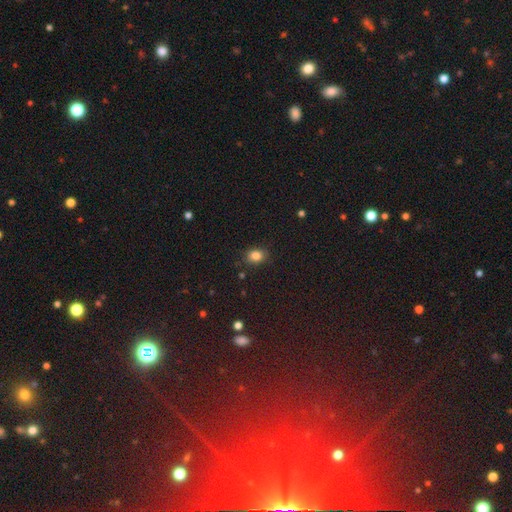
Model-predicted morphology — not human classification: This appears to be a smooth galaxy with no disk features (83%) that is in between round and cigar-shaped (53%). Merging: none (83%).